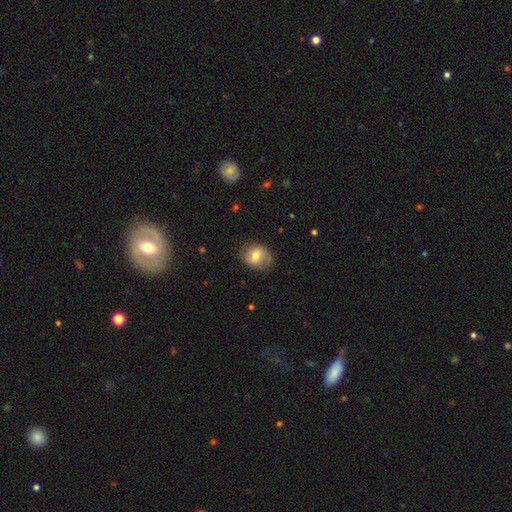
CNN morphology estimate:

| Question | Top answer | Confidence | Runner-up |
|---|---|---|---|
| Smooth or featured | smooth | 64% | featured or disk (28%) |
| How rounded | in between | 51% | round (48%) |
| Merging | none | 80% | minor disturbance (15%) |